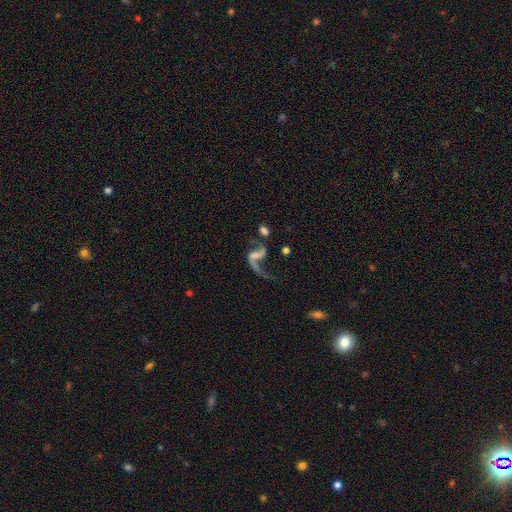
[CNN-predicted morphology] Q: Smooth or featured?
A: featured or disk (82%); runner-up: smooth (9%)
Q: Edge-on disk?
A: no (97%); runner-up: yes (3%)
Q: Bar?
A: weak (38%); runner-up: no (37%)
Q: Spiral arms?
A: yes (90%); runner-up: no (10%)
Q: Spiral winding?
A: loose (88%); runner-up: medium (10%)
Q: Spiral arm count?
A: 2 (77%); runner-up: 1 (18%)
Q: Bulge size?
A: none (54%); runner-up: small (27%)
Q: Merging?
A: none (42%); runner-up: major disturbance (28%)